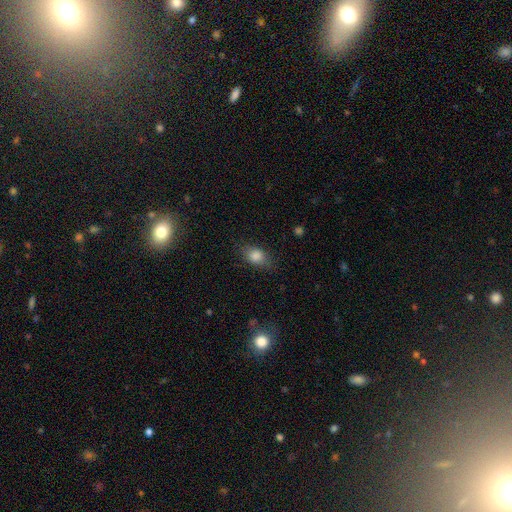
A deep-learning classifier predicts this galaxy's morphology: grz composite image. It shows a smooth galaxy with no disk features (83%) that is in between round and cigar-shaped (78%). Merging: none (78%).